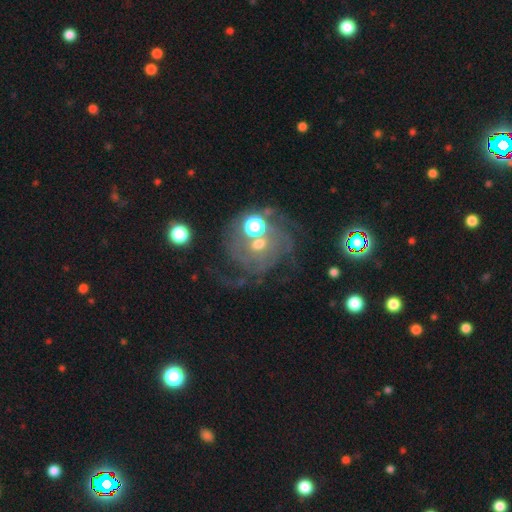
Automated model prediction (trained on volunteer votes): Overall: featured or disk (57%; star or artifact 26%). Edge-on disk: no (96%). Bar: no (65%; weak 26%). Spiral arms: yes (75%). Bulge size: moderate (47%; small 38%). Merging: none (55%; major disturbance 18%).